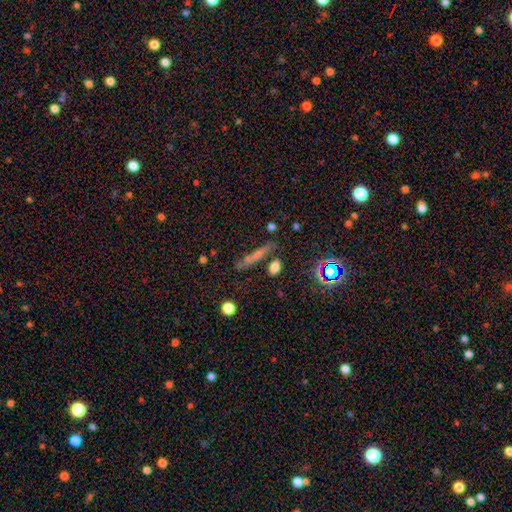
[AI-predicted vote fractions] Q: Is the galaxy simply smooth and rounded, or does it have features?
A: smooth — 53%.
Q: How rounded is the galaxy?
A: cigar-shaped — 85%.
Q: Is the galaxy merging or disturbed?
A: none — 71%.